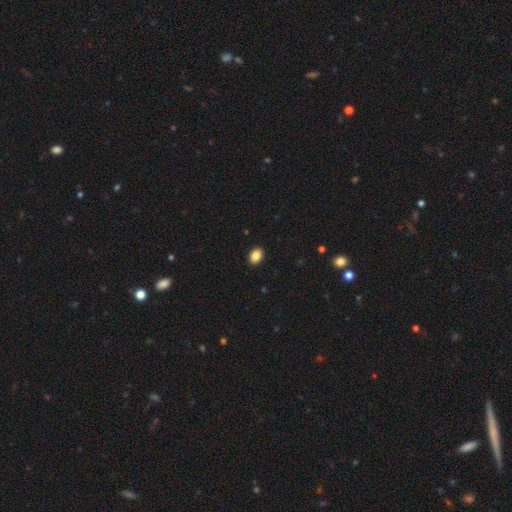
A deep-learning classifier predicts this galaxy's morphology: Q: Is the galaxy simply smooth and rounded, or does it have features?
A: smooth — 88%.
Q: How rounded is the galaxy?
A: in between — 76%.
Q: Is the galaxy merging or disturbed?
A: none — 91%.